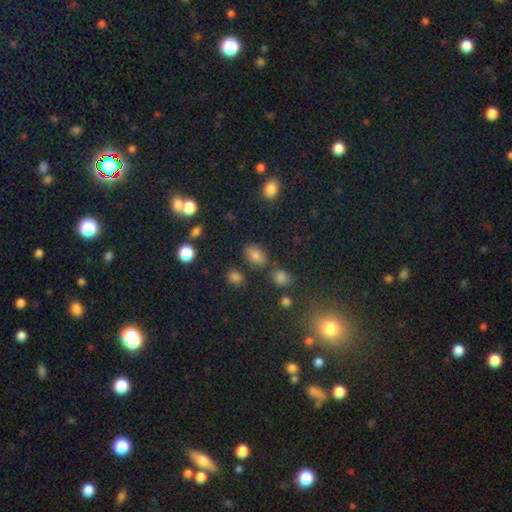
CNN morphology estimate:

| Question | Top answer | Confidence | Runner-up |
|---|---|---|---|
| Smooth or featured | smooth | 65% | star or artifact (27%) |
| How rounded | in between | 74% | round (24%) |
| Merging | none | 75% | minor disturbance (12%) |